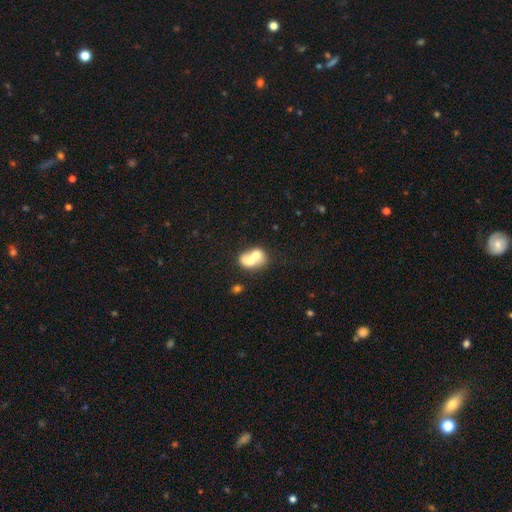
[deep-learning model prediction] Q: Smooth or featured?
A: smooth (61%); runner-up: featured or disk (31%)
Q: How rounded?
A: in between (51%); runner-up: round (48%)
Q: Merging?
A: merger (75%); runner-up: none (16%)